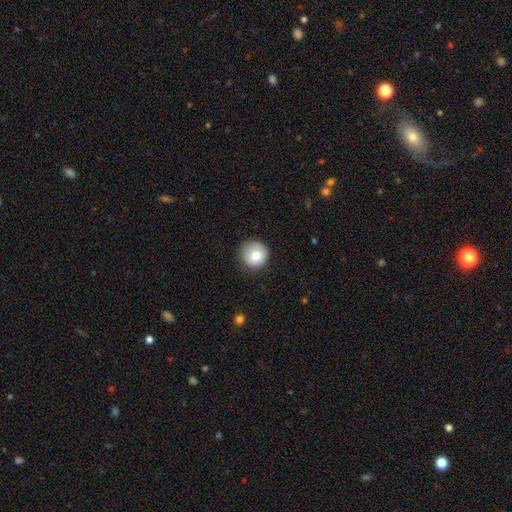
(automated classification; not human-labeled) A smooth galaxy with no disk features (78%) that is round (94%). Merging: none (82%).